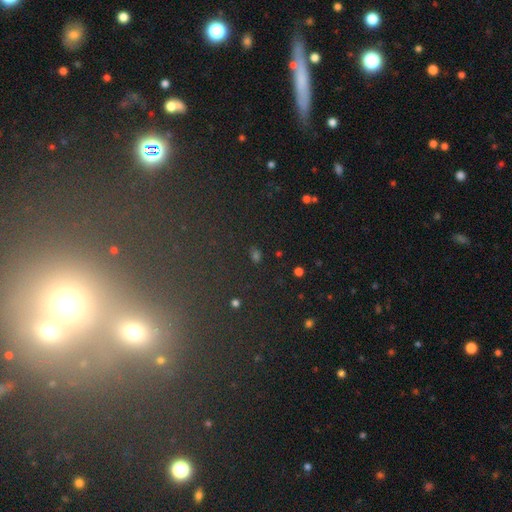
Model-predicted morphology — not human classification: type=star or artifact (58%).